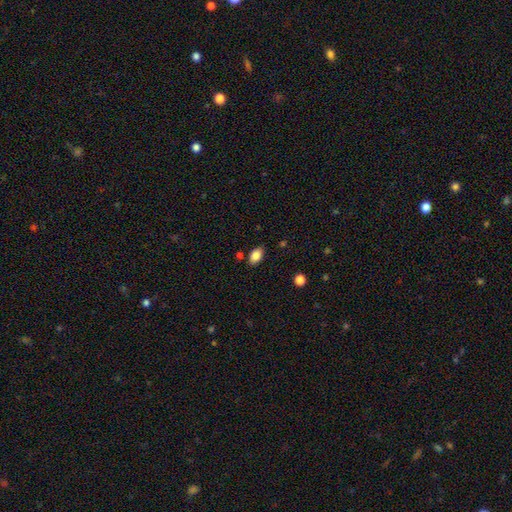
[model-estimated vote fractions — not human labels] Smooth or featured: smooth — 84% (star or artifact — 8%)
How rounded: in between — 89% (round — 9%)
Merging: none — 83% (minor disturbance — 12%)